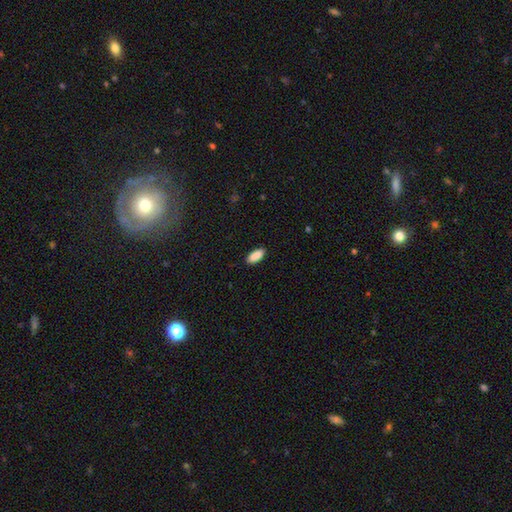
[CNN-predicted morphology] type=smooth (90%); roundness=in between (85%); merging=none (89%).